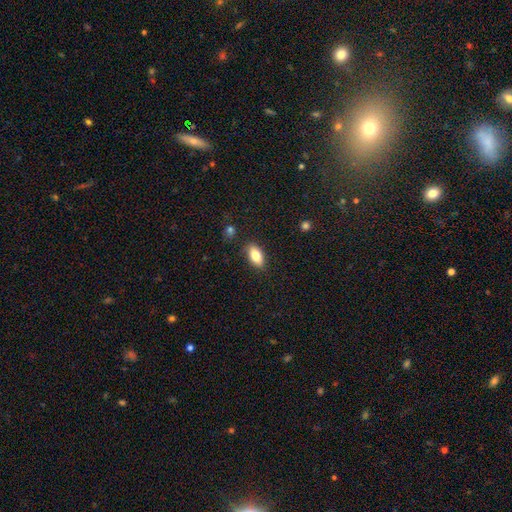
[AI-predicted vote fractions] smooth-or-featured: smooth: 81% | featured or disk: 11% | star or artifact: 7%
  how-rounded: in between: 89% | cigar-shaped: 7% | round: 4%
  merging: none: 86% | minor disturbance: 10% | major disturbance: 2% | merger: 2%